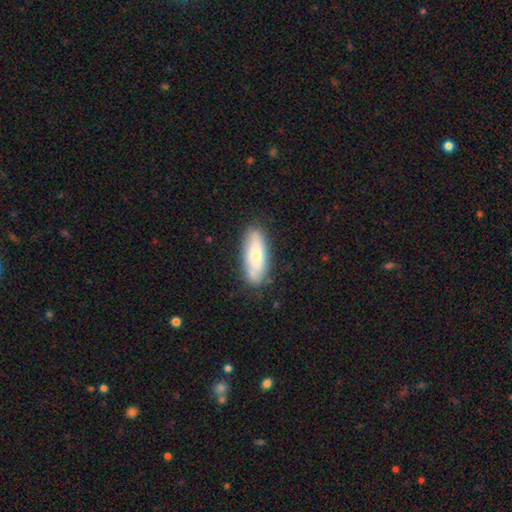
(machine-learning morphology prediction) Smooth or featured?
  - smooth: 65% *
  - featured or disk: 29%
  - star or artifact: 6%
How rounded?
  - in between: 67% *
  - cigar-shaped: 31%
  - round: 2%
Merging?
  - none: 80% *
  - minor disturbance: 15%
  - major disturbance: 3%
  - merger: 2%